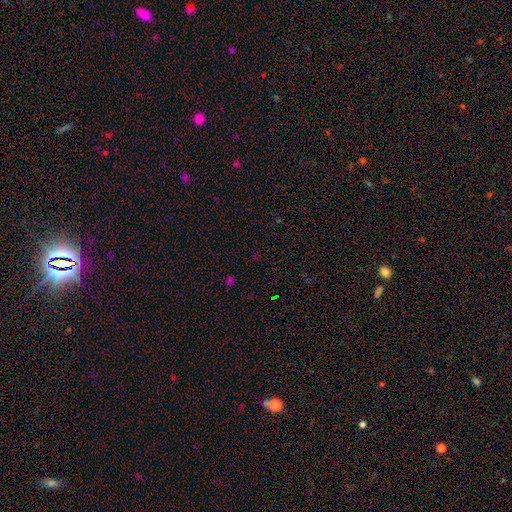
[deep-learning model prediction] star or artifact 59%, smooth 34%, featured or disk 7%.